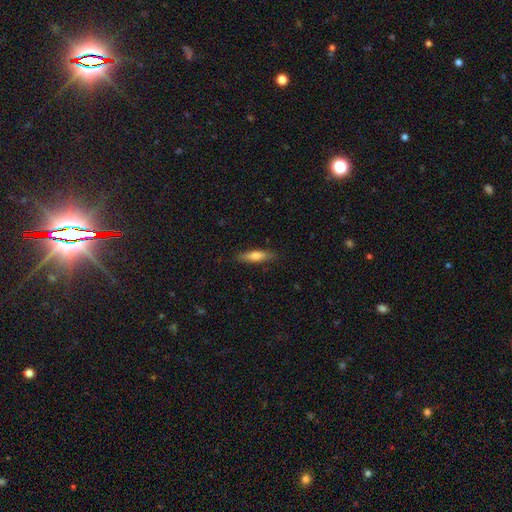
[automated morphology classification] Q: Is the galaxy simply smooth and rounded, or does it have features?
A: smooth — 66%.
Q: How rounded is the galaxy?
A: cigar-shaped — 73%.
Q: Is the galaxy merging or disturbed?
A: none — 86%.